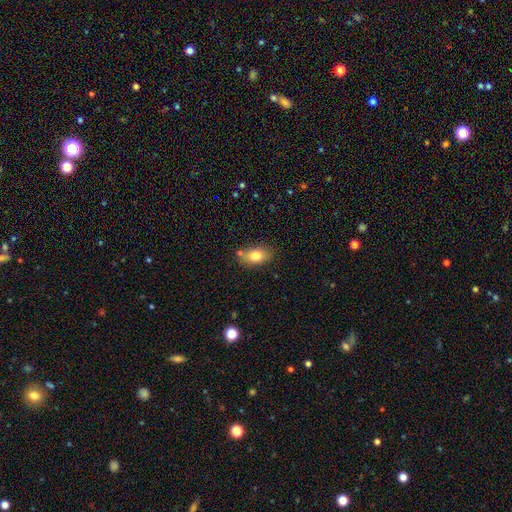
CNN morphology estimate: smooth_or_featured: smooth (p=0.79) [alt: featured or disk p=0.12]
how_rounded: in between (p=0.87) [alt: round p=0.10]
merging: none (p=0.74) [alt: minor disturbance p=0.15]